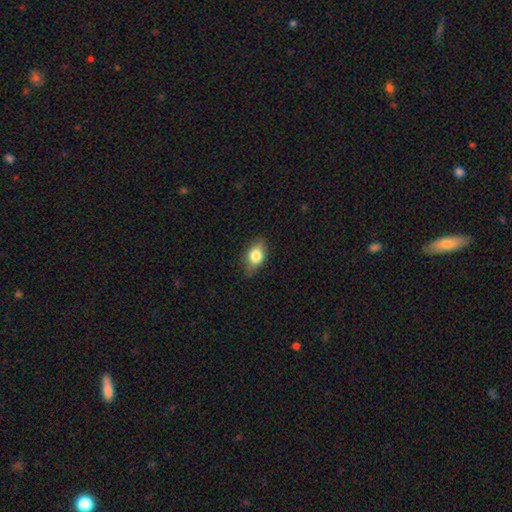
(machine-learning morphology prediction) Smooth or featured: smooth — 79% (featured or disk — 13%)
How rounded: in between — 80% (round — 17%)
Merging: none — 76% (minor disturbance — 19%)